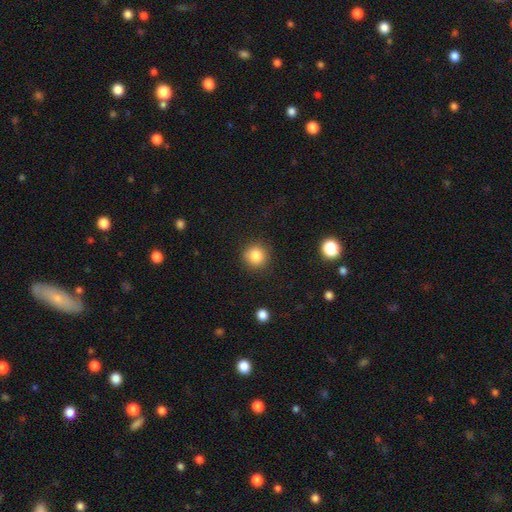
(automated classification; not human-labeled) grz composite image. It shows a smooth galaxy with no disk features (84%) that is round (92%). Merging: none (90%).